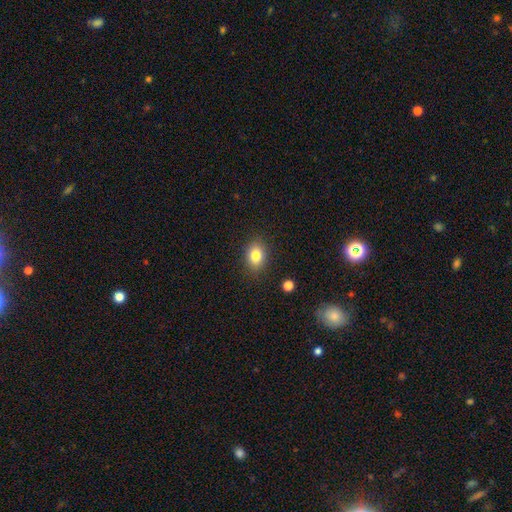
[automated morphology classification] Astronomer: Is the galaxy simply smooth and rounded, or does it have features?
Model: smooth — 82%.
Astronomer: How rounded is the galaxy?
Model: in between — 64%.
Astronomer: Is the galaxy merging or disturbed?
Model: none — 87%.